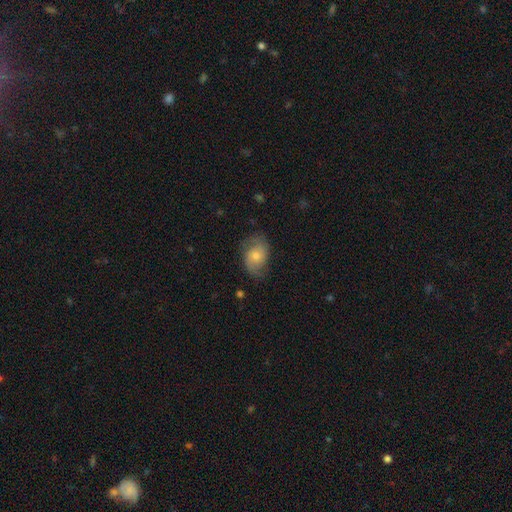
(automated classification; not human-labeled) Smooth or featured? Predicted: featured or disk (p=0.55). Edge-on disk? Predicted: no (p=0.96). Bar? Predicted: no (p=0.74). Spiral arms? Predicted: yes (p=0.86). Bulge size? Predicted: moderate (p=0.47). Merging? Predicted: none (p=0.71).